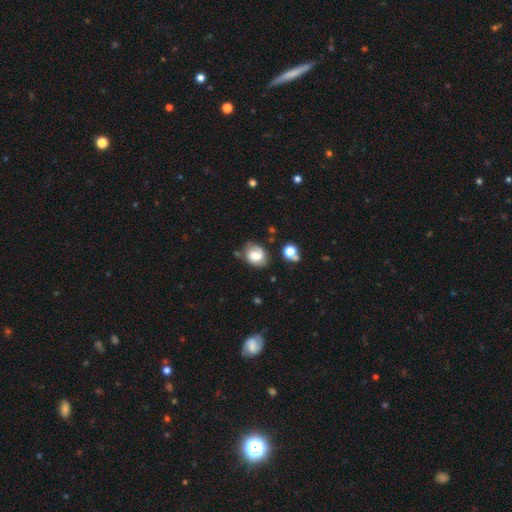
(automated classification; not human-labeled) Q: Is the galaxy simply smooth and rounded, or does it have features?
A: smooth — 59%.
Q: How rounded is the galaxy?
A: in between — 60%.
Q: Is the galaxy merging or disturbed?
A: none — 59%.